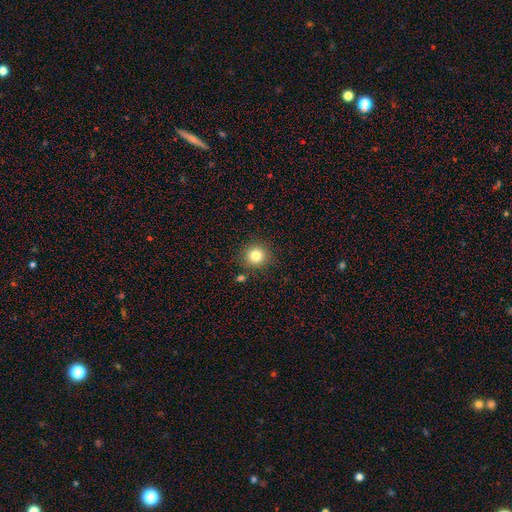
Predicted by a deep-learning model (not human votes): smooth-or-featured: smooth: 81% | star or artifact: 12% | featured or disk: 7%
  how-rounded: round: 92% | in between: 7% | cigar-shaped: 1%
  merging: none: 87% | minor disturbance: 7% | merger: 3% | major disturbance: 2%